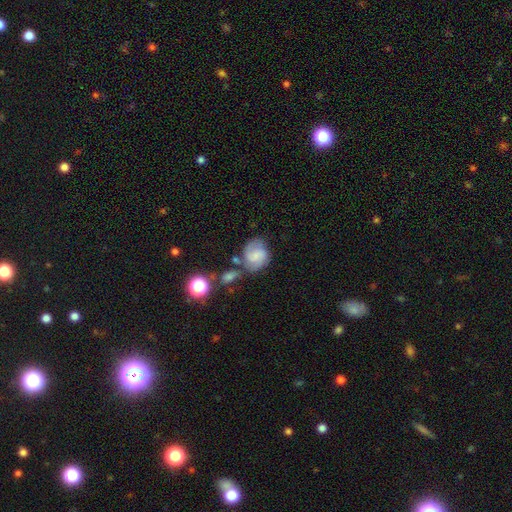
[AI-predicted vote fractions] Smooth or featured?
  - featured or disk: 54% *
  - smooth: 37%
  - star or artifact: 9%
Edge-on disk?
  - no: 97% *
  - yes: 3%
Bar?
  - weak: 45% *
  - no: 44%
  - strong: 10%
Spiral arms?
  - yes: 89% *
  - no: 11%
Bulge size?
  - small: 41% *
  - none: 31%
  - moderate: 22%
  - large: 4%
  - dominant: 2%
Merging?
  - none: 52% *
  - minor disturbance: 20%
  - merger: 19%
  - major disturbance: 9%